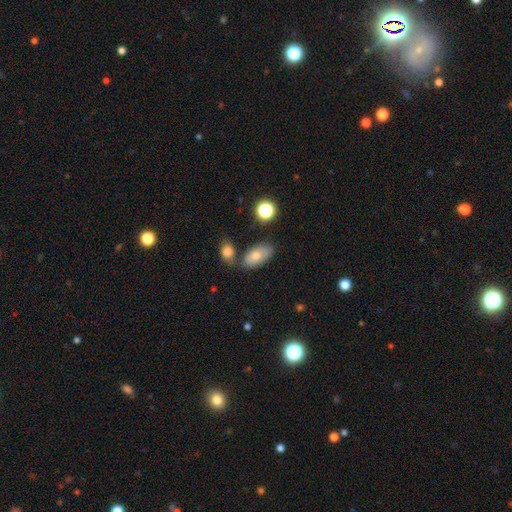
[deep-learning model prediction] smooth 73%, featured or disk 17%, star or artifact 10%. Down the decision tree: how rounded — in between (92%); merging — none (68%).